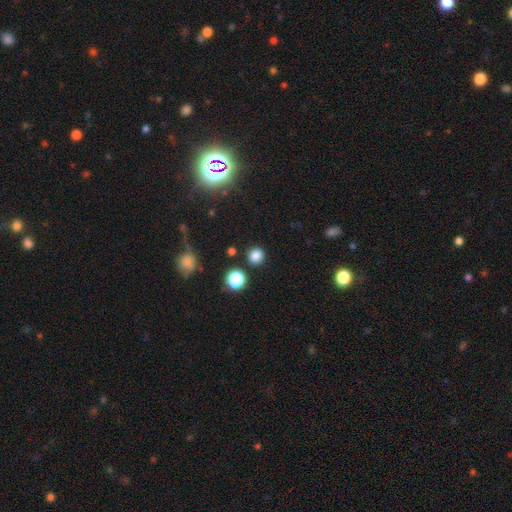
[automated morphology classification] Smooth or featured? smooth (81%)
How rounded? round (88%)
Merging? none (87%)